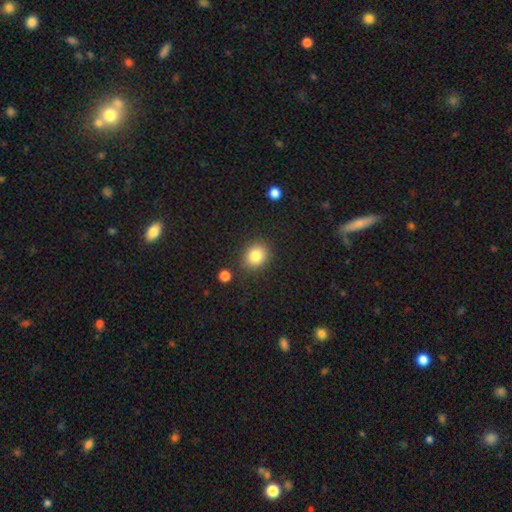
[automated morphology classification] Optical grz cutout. It shows a smooth galaxy with no disk features (83%) that is round (70%). Merging: none (83%).